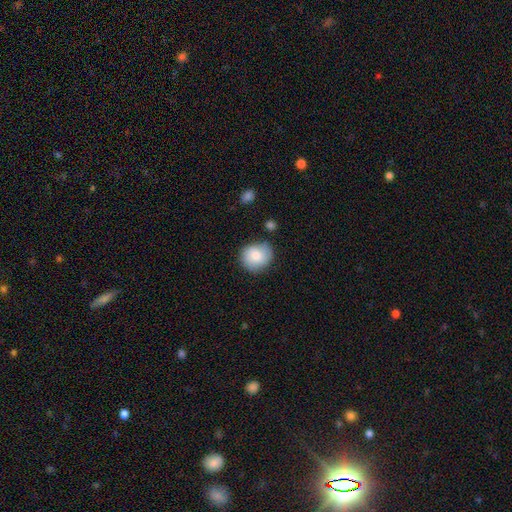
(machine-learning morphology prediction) Q: Smooth or featured?
A: smooth (79%); runner-up: featured or disk (14%)
Q: How rounded?
A: round (77%); runner-up: in between (22%)
Q: Merging?
A: none (73%); runner-up: minor disturbance (19%)